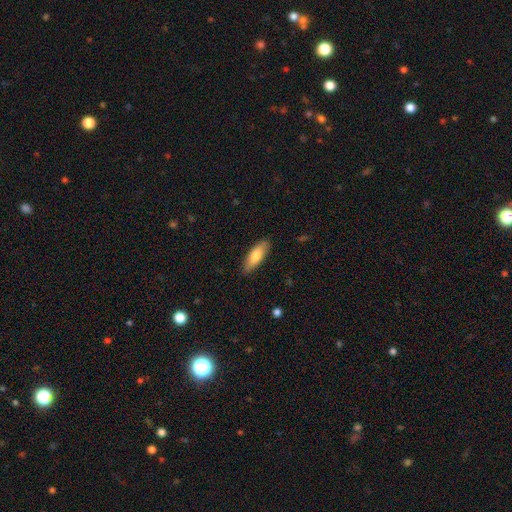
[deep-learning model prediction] Smooth or featured: smooth — 78% (featured or disk — 17%)
How rounded: in between — 64% (cigar-shaped — 35%)
Merging: none — 87% (minor disturbance — 10%)